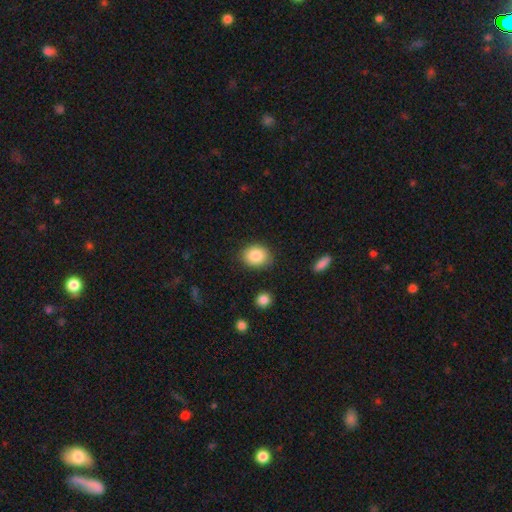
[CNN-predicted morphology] This appears to be a smooth galaxy with no disk features (86%) that is in between round and cigar-shaped (50%). Merging: none (83%).